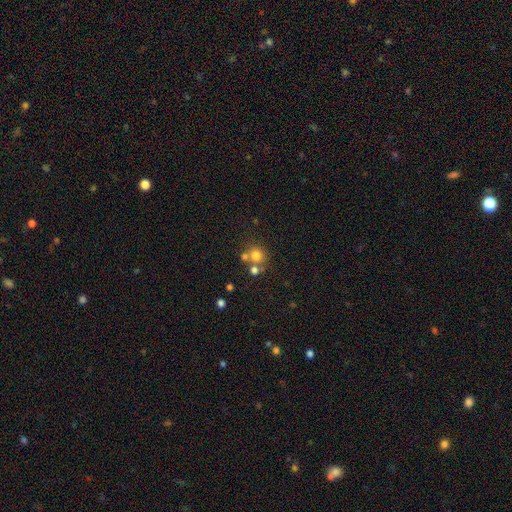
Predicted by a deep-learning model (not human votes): Q: Smooth or featured?
A: smooth (74%); runner-up: star or artifact (15%)
Q: How rounded?
A: round (88%); runner-up: in between (11%)
Q: Merging?
A: none (58%); runner-up: merger (30%)